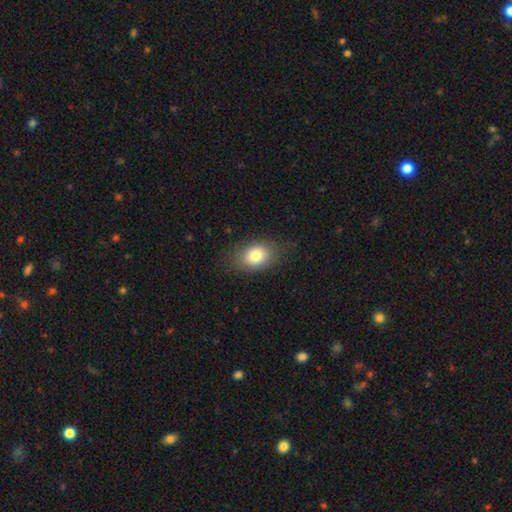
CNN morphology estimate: Smooth or featured? Predicted: smooth (p=0.78). How rounded? Predicted: in between (p=0.71). Merging? Predicted: none (p=0.78).